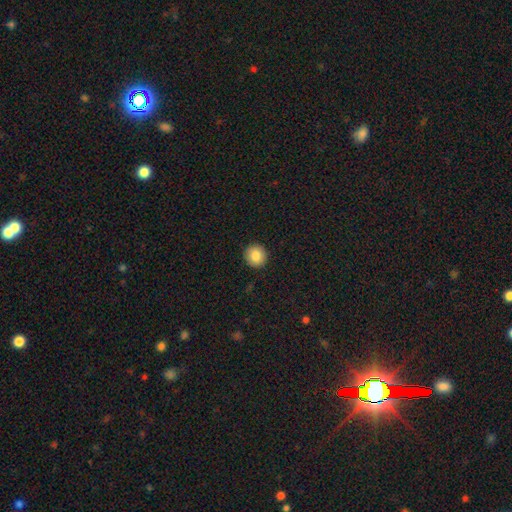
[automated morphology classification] smooth_or_featured: smooth (p=0.85) [alt: star or artifact p=0.09]
how_rounded: round (p=0.93) [alt: in between p=0.06]
merging: none (p=0.93) [alt: minor disturbance p=0.05]